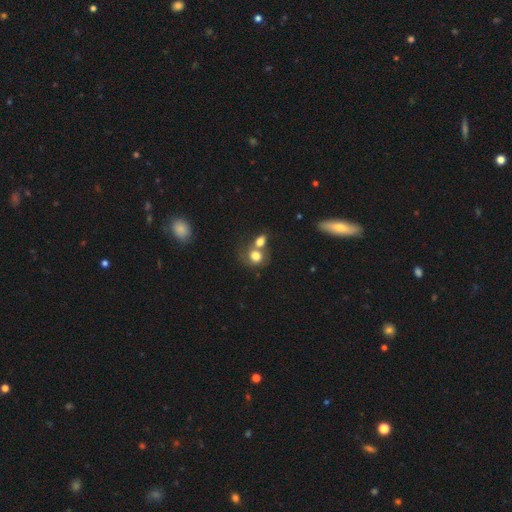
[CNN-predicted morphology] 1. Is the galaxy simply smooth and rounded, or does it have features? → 73% smooth, 17% featured or disk, 10% star or artifact.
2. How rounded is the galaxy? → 61% round, 38% in between, 1% cigar-shaped.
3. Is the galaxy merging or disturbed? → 58% merger, 25% none, 9% minor disturbance, 7% major disturbance.